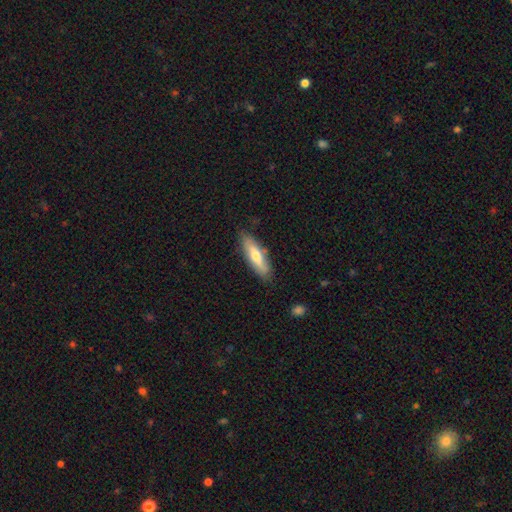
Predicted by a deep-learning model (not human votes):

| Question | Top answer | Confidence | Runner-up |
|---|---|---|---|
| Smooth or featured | smooth | 60% | featured or disk (34%) |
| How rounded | cigar-shaped | 55% | in between (43%) |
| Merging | none | 82% | minor disturbance (14%) |